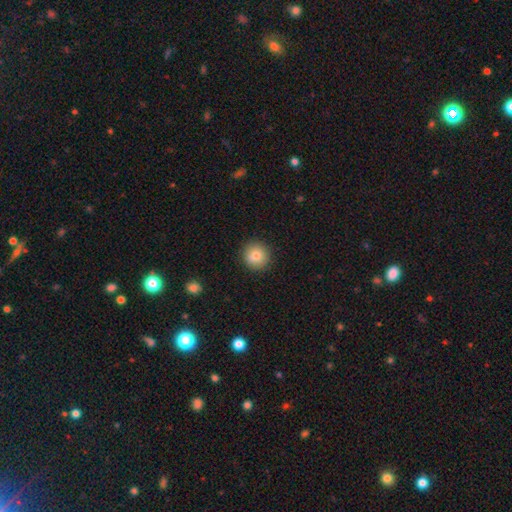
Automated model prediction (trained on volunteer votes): Smooth or featured: smooth — 82% (star or artifact — 9%)
How rounded: round — 94% (in between — 5%)
Merging: none — 91% (minor disturbance — 6%)